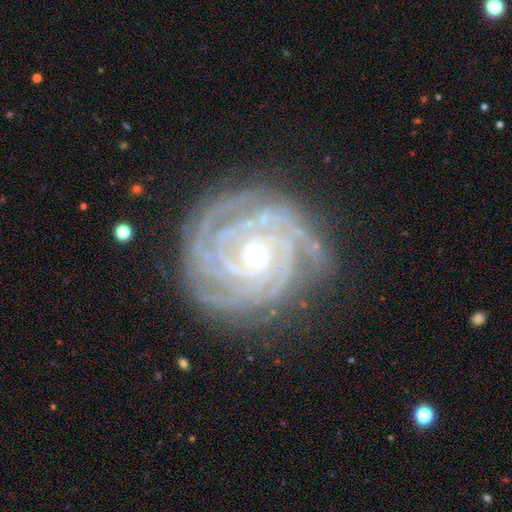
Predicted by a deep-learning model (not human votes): Overall: featured or disk (91%). Edge-on disk: no (98%). Bar: no (69%). Spiral arms: yes (99%). Spiral arm count: 4 (27%; 3 20%). Spiral winding: tight (86%). Bulge size: moderate (50%; small 45%). Merging: none (79%).